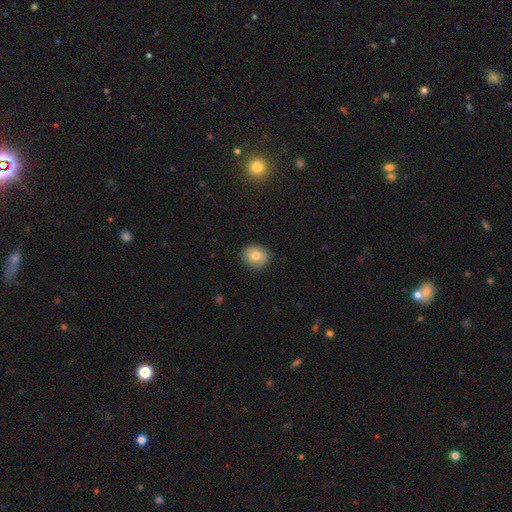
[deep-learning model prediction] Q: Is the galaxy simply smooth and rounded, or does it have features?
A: smooth — 72%.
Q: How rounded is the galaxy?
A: round — 80%.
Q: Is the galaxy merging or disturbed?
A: none — 83%.